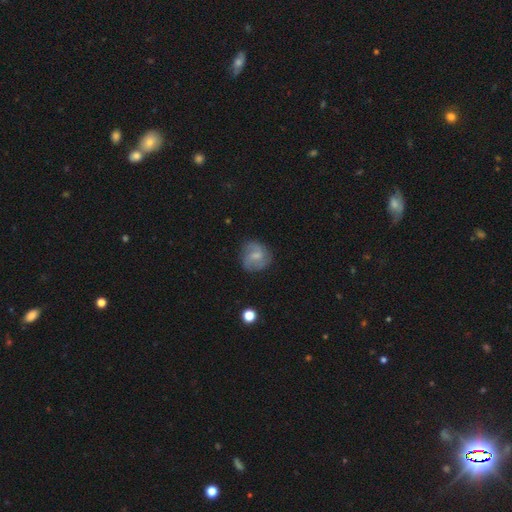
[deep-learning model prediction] featured or disk 47%, smooth 44%, star or artifact 8%. Down the decision tree: merging — none (67%).